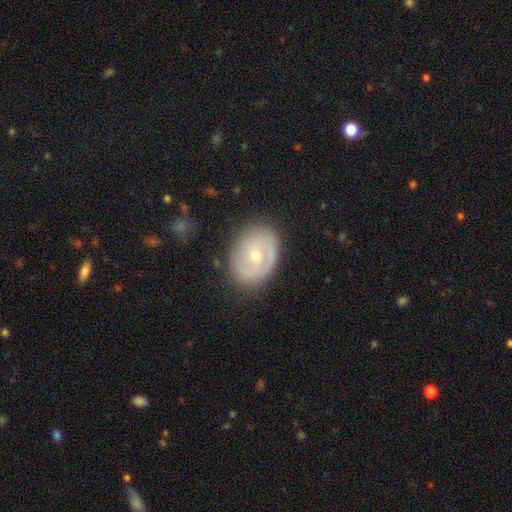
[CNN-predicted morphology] The model was most divided on "bulge size": small: 53%, moderate: 43%, large: 2%, none: 1%, dominant: 1%. More confident: edge-on disk — no (95%); merging — none (77%); bar — no (70%); spiral arms — yes (63%); smooth or featured — featured or disk (61%).